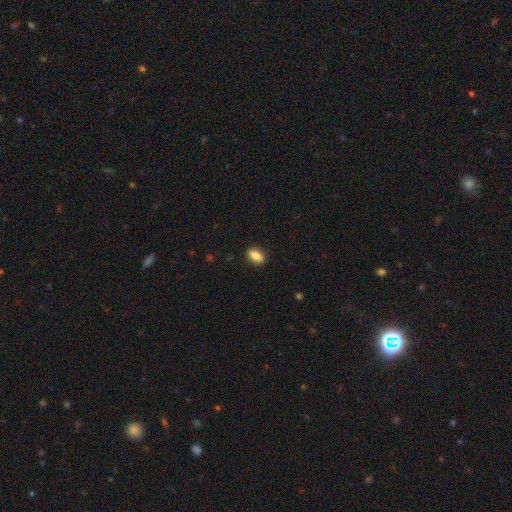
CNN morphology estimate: Overall: smooth (84%). How rounded: in between (86%). Merging: none (89%).